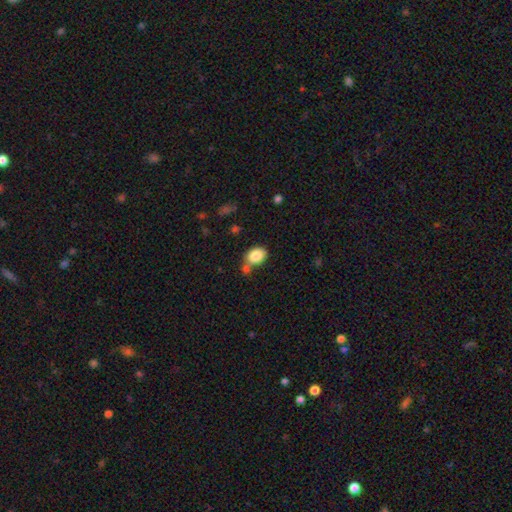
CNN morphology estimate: A smooth galaxy with no disk features (86%) that is in between round and cigar-shaped (71%). Merging: none (61%).